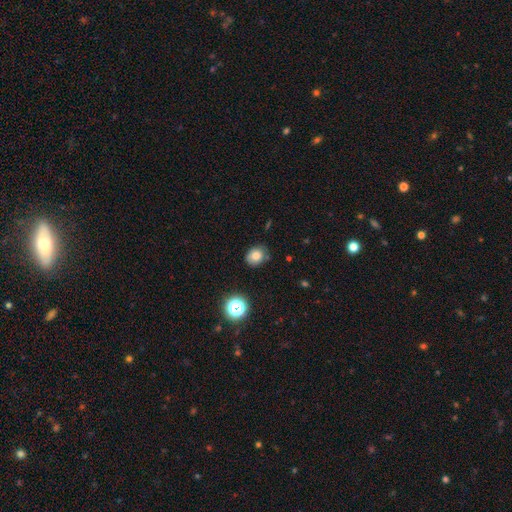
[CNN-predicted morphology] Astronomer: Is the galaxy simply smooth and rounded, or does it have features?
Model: smooth — 77%.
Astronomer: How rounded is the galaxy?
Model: round — 56% (runner-up: in between, 43%).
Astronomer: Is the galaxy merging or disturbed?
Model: none — 75%.